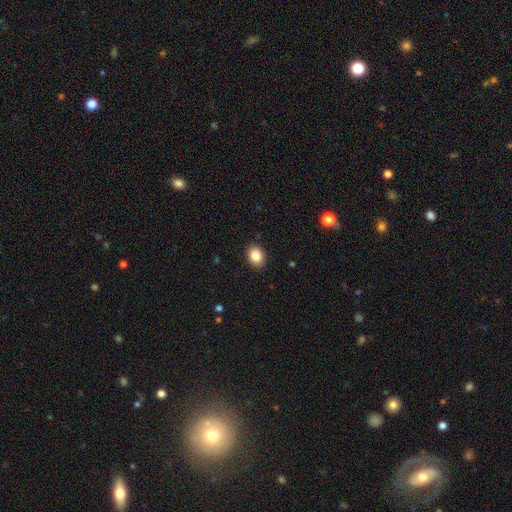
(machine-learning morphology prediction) A smooth galaxy with no disk features (87%) that is in between round and cigar-shaped (68%).

Vote fractions:
- Smooth or featured? smooth: 87% / star or artifact: 8% / featured or disk: 5%
- How rounded? in between: 68% / round: 31% / cigar-shaped: 1%
- Merging? none: 89% / minor disturbance: 8% / major disturbance: 2% / merger: 1%